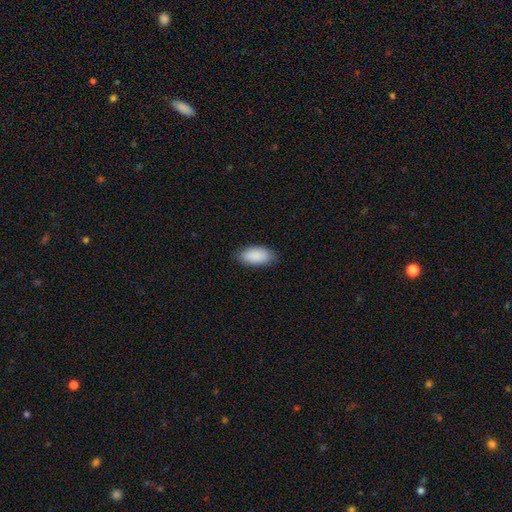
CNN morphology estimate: type=smooth (90%); roundness=in between (94%); merging=none (84%).